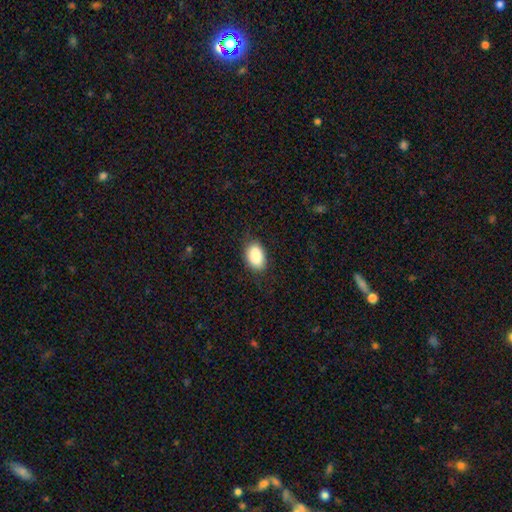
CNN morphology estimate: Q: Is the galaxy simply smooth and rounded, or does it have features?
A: smooth — 88%.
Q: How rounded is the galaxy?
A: in between — 89%.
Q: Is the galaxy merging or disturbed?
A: none — 80%.